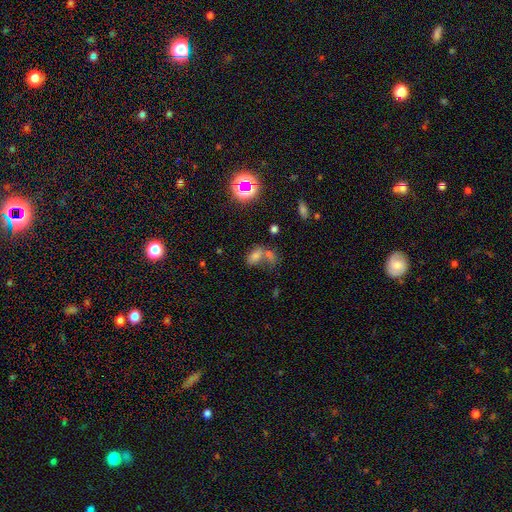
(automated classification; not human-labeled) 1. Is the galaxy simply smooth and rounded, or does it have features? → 62% smooth, 24% star or artifact, 13% featured or disk.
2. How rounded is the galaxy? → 85% in between, 11% round, 4% cigar-shaped.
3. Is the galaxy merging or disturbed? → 49% merger, 33% none, 11% minor disturbance, 8% major disturbance.